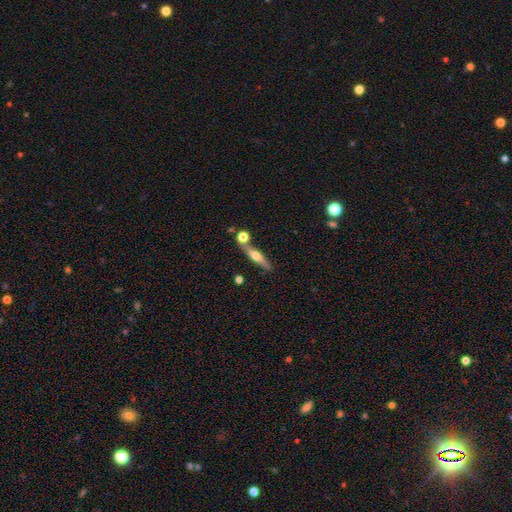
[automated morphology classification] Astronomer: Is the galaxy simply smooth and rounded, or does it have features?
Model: featured or disk — 48% (runner-up: smooth, 45%).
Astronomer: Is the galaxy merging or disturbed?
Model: none — 66%.